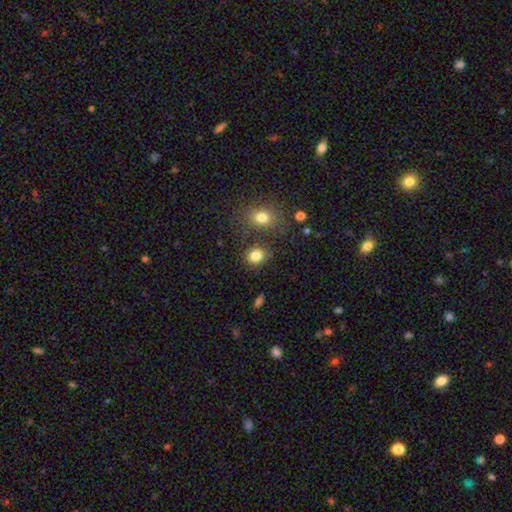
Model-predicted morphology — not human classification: This appears to be a smooth galaxy with no disk features (83%) that is round (64%). Merging: none (79%).